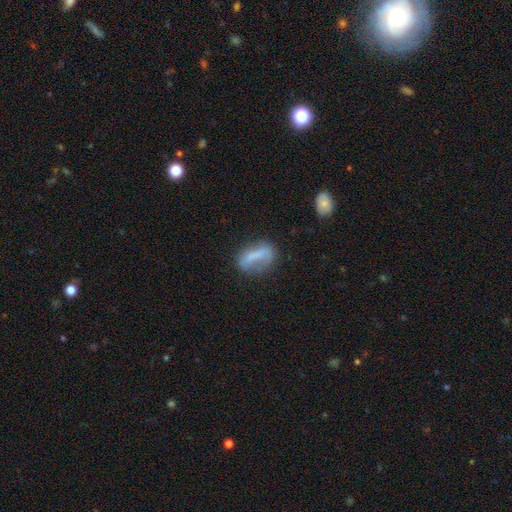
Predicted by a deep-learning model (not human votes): Smooth or featured: smooth — 56% (featured or disk — 33%)
How rounded: in between — 70% (cigar-shaped — 20%)
Merging: none — 51% (minor disturbance — 26%)